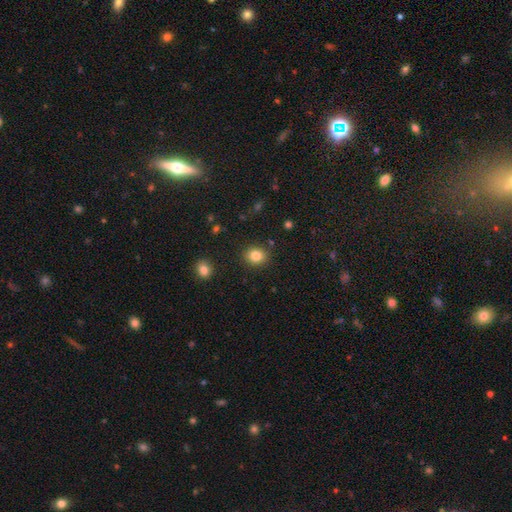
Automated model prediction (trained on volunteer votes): A smooth galaxy with no disk features (83%) that is round (68%). Merging: none (88%).